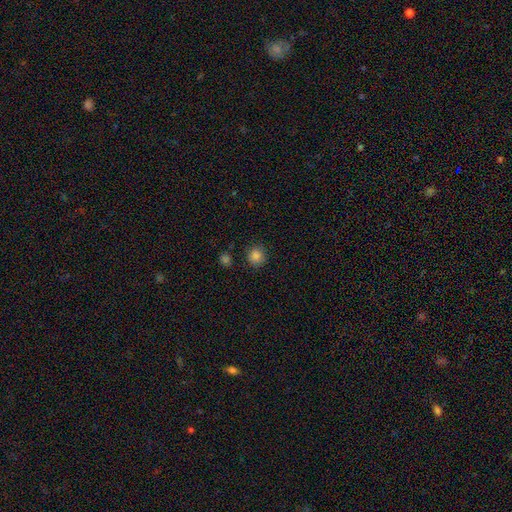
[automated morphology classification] Smooth or featured?
  - smooth: 85% *
  - star or artifact: 11%
  - featured or disk: 4%
How rounded?
  - round: 87% *
  - in between: 12%
  - cigar-shaped: 1%
Merging?
  - none: 86% *
  - minor disturbance: 9%
  - merger: 3%
  - major disturbance: 2%